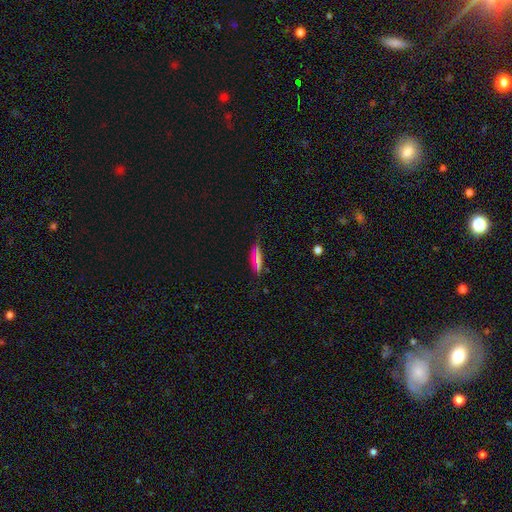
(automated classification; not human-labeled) A smooth galaxy with no disk features (59%) that is cigar-shaped (54%).

Vote fractions:
- Smooth or featured? smooth: 59% / featured or disk: 23% / star or artifact: 19%
- How rounded? cigar-shaped: 54% / in between: 40% / round: 6%
- Merging? none: 73% / minor disturbance: 20% / major disturbance: 5% / merger: 2%